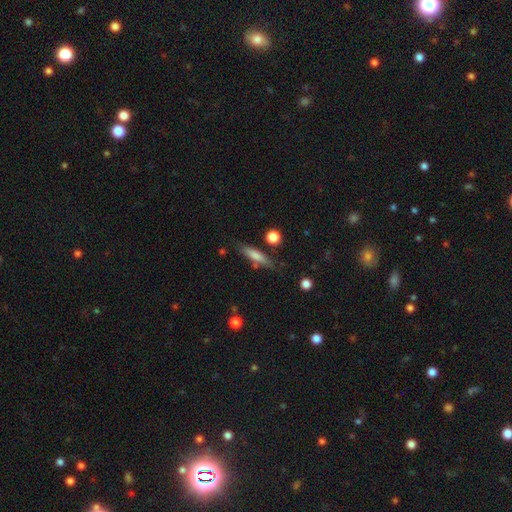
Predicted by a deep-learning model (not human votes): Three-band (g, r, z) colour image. It shows a smooth galaxy with no disk features (70%) that is cigar-shaped (77%). Merging: none (76%).